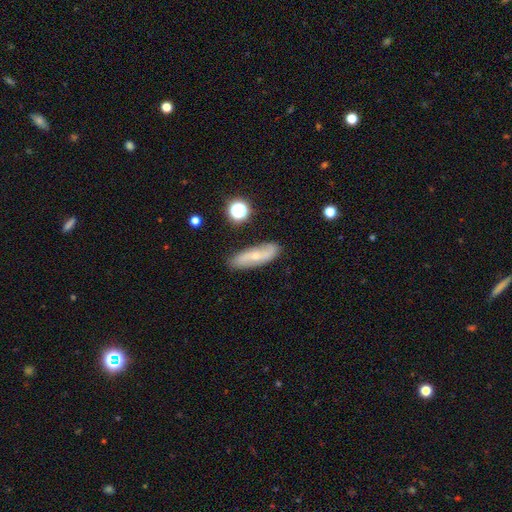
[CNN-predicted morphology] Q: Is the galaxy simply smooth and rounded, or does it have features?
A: featured or disk — 57%.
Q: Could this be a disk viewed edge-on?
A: no — 77%.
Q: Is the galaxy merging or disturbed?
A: none — 82%.